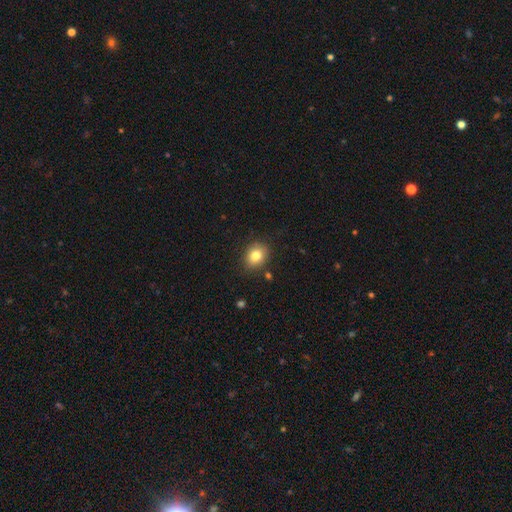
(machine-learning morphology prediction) Smooth or featured? Predicted: smooth (p=0.81). How rounded? Predicted: round (p=0.52). Merging? Predicted: none (p=0.85).